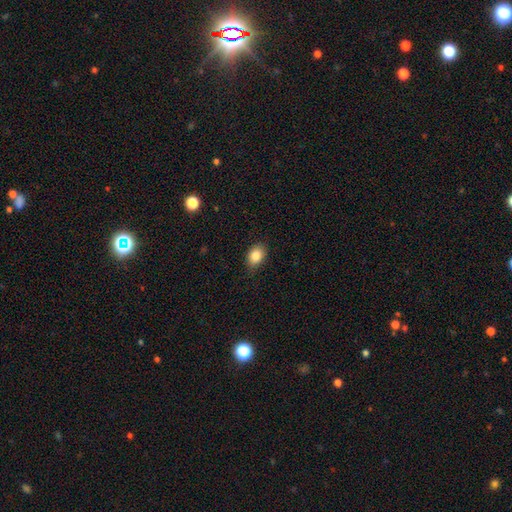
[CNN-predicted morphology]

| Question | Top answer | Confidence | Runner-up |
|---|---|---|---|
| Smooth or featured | smooth | 83% | star or artifact (9%) |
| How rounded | in between | 76% | round (23%) |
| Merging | none | 84% | minor disturbance (13%) |